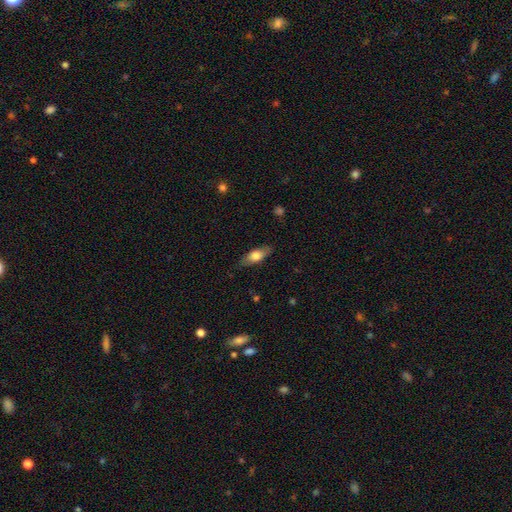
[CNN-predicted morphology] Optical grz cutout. It shows a smooth galaxy with no disk features (68%) that is in between round and cigar-shaped (70%). Merging: none (83%).